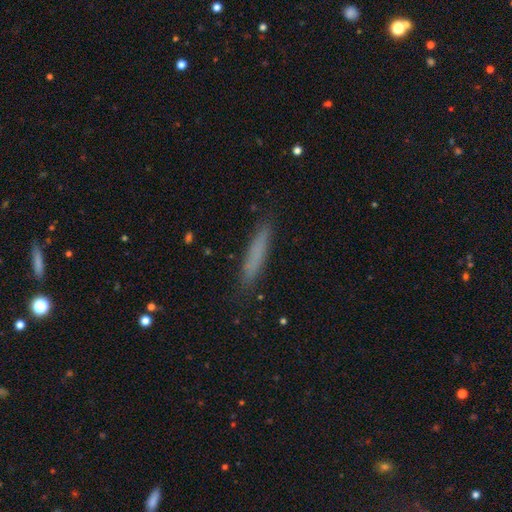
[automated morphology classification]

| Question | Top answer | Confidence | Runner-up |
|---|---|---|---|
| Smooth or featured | smooth | 74% | featured or disk (17%) |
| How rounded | cigar-shaped | 92% | in between (6%) |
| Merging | none | 87% | minor disturbance (10%) |